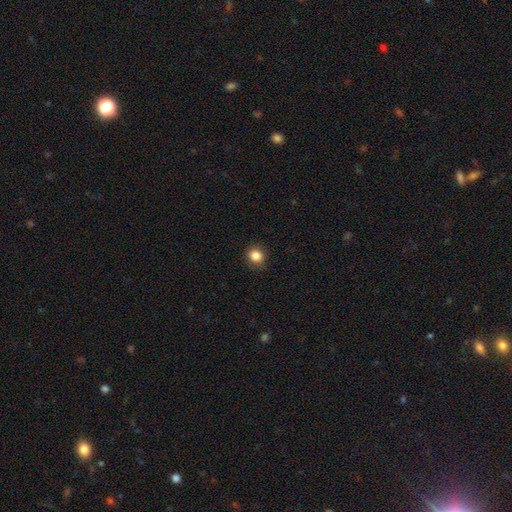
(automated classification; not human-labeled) Smooth or featured: smooth — 85% (star or artifact — 11%)
How rounded: round — 83% (in between — 16%)
Merging: none — 87% (minor disturbance — 9%)